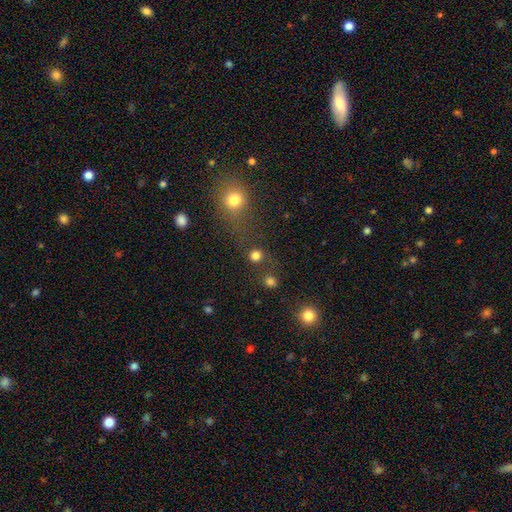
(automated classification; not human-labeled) The model was most divided on "merging": none: 74%, merger: 12%, minor disturbance: 8%, major disturbance: 5%. More confident: how rounded — round (90%); smooth or featured — smooth (79%).